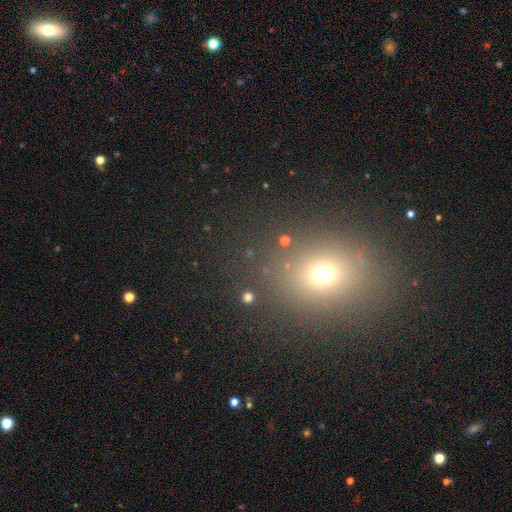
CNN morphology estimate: smooth 60%, star or artifact 31%, featured or disk 10%. Down the decision tree: how rounded — round (55%); merging — none (86%).